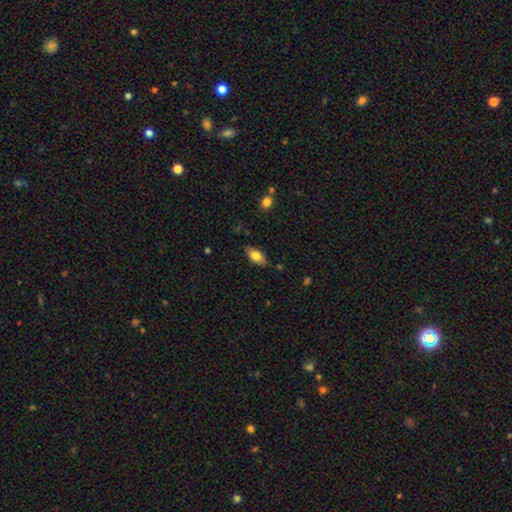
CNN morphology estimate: smooth_or_featured: smooth (p=0.78) [alt: featured or disk p=0.15]
how_rounded: in between (p=0.89) [alt: cigar-shaped p=0.07]
merging: none (p=0.79) [alt: minor disturbance p=0.16]